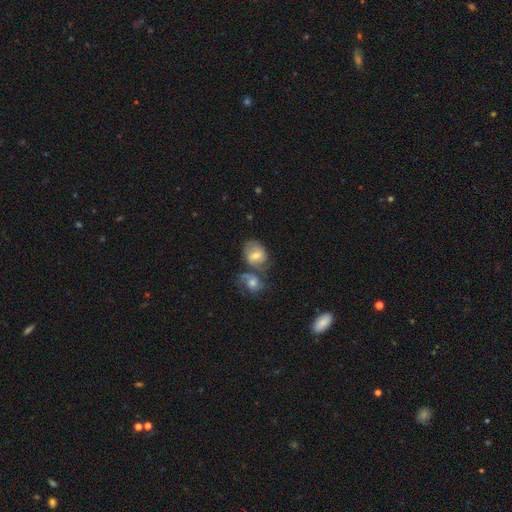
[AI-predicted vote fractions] A featured or disk galaxy (51%).

Vote fractions:
- Smooth or featured? featured or disk: 51% / smooth: 41% / star or artifact: 8%
- Edge-on disk? no: 95% / yes: 5%
- Merging? merger: 45% / none: 34% / minor disturbance: 13% / major disturbance: 7%